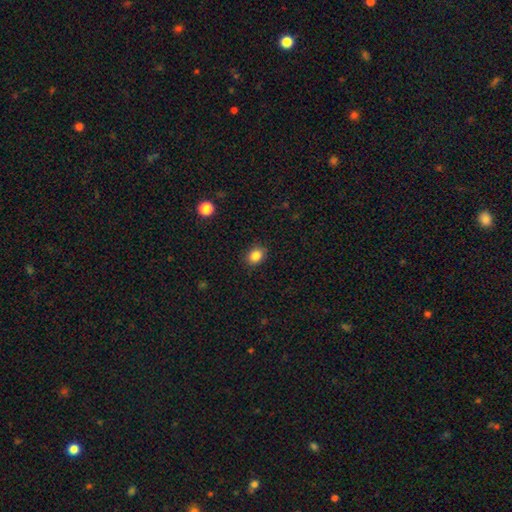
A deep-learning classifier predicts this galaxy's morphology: Smooth or featured? Predicted: smooth (p=0.86). How rounded? Predicted: in between (p=0.57). Merging? Predicted: none (p=0.88).